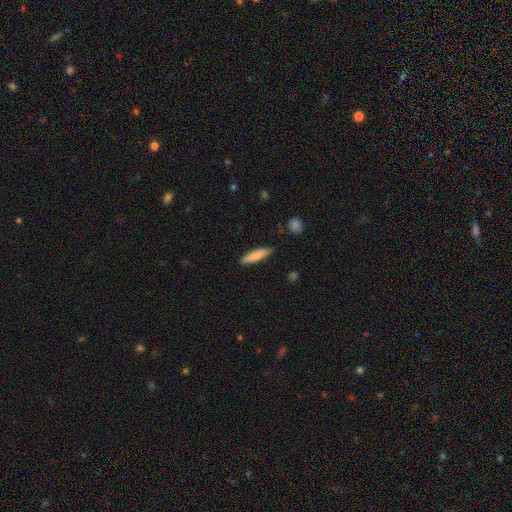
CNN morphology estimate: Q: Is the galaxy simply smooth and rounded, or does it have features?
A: smooth — 82%.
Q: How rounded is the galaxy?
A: cigar-shaped — 80%.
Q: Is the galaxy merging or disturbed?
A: none — 86%.